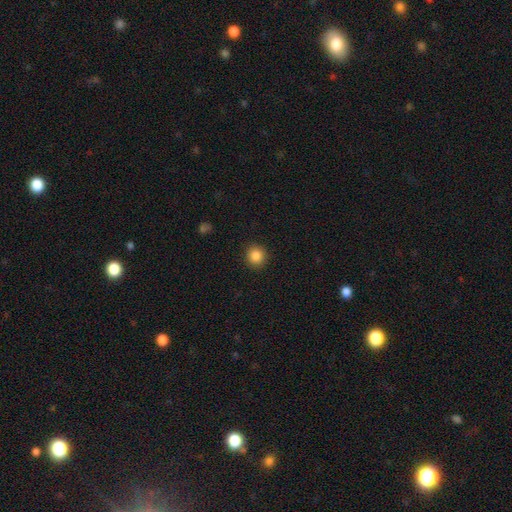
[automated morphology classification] Smooth or featured: smooth — 86% (star or artifact — 10%)
How rounded: round — 93% (in between — 6%)
Merging: none — 92% (minor disturbance — 5%)